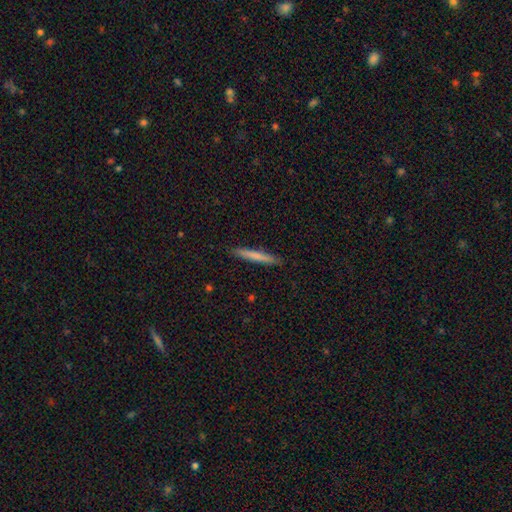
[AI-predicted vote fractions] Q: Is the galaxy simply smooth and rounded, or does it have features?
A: smooth — 73%.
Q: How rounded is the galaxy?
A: cigar-shaped — 96%.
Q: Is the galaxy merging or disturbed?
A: none — 91%.